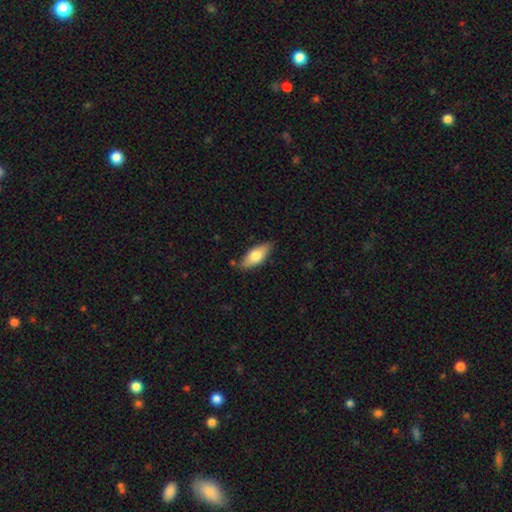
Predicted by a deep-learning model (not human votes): Smooth or featured?
  - smooth: 73% *
  - featured or disk: 21%
  - star or artifact: 6%
How rounded?
  - in between: 80% *
  - cigar-shaped: 17%
  - round: 2%
Merging?
  - none: 80% *
  - minor disturbance: 15%
  - major disturbance: 2%
  - merger: 2%